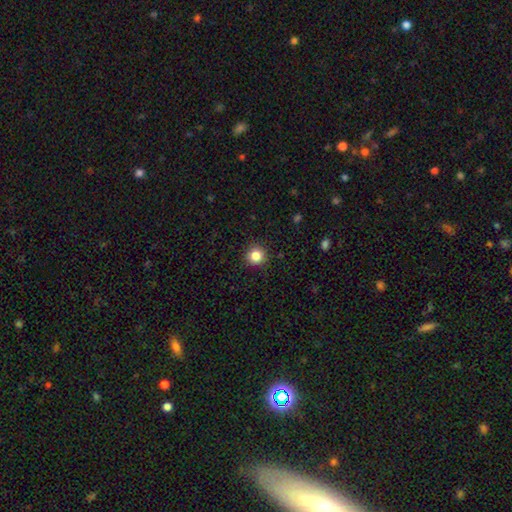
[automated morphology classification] This appears to be a smooth galaxy with no disk features (84%) that is round (94%). Merging: none (92%).